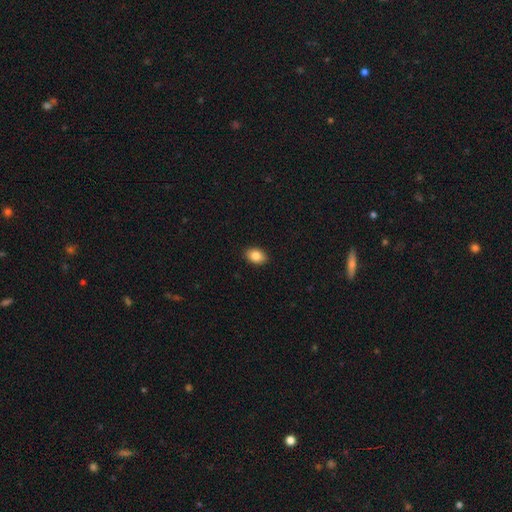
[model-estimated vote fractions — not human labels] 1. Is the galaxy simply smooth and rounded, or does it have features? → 85% smooth, 8% star or artifact, 7% featured or disk.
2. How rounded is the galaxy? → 82% in between, 17% round, 1% cigar-shaped.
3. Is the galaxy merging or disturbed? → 90% none, 7% minor disturbance, 2% major disturbance, 1% merger.